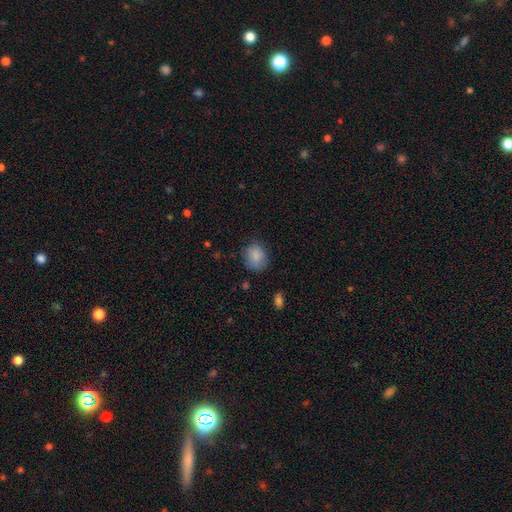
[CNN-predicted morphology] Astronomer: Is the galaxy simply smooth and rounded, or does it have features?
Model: smooth — 86%.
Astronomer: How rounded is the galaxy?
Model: round — 62% (runner-up: in between, 37%).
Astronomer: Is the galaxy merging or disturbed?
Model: none — 74%.